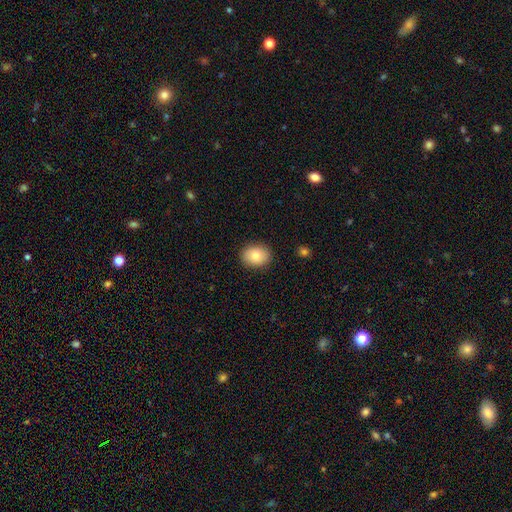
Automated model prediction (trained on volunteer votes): smooth_or_featured: smooth (p=0.82) [alt: featured or disk p=0.10]
how_rounded: in between (p=0.58) [alt: round p=0.41]
merging: none (p=0.89) [alt: minor disturbance p=0.08]